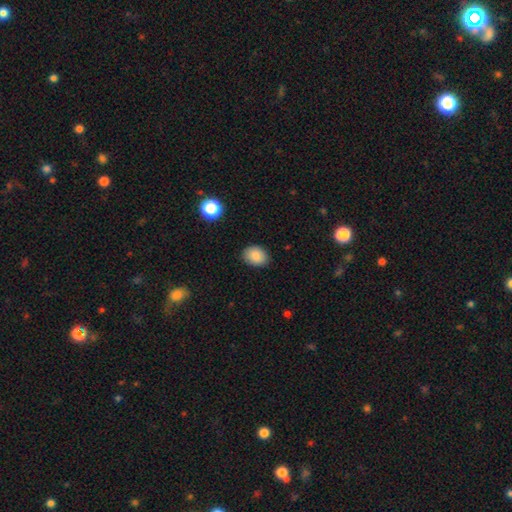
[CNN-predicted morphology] A smooth galaxy with no disk features (87%) that is in between round and cigar-shaped (67%).

Vote fractions:
- Smooth or featured? smooth: 87% / star or artifact: 9% / featured or disk: 5%
- How rounded? in between: 67% / round: 32% / cigar-shaped: 1%
- Merging? none: 85% / minor disturbance: 12% / major disturbance: 2% / merger: 1%